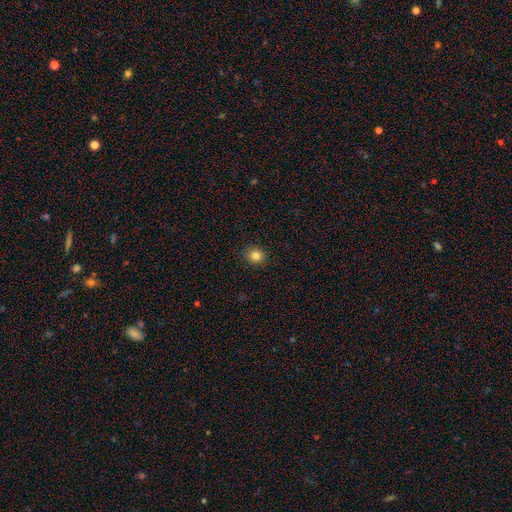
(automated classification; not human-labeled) smooth_or_featured: smooth (p=0.83) [alt: star or artifact p=0.12]
how_rounded: round (p=0.75) [alt: in between p=0.24]
merging: none (p=0.89) [alt: minor disturbance p=0.08]